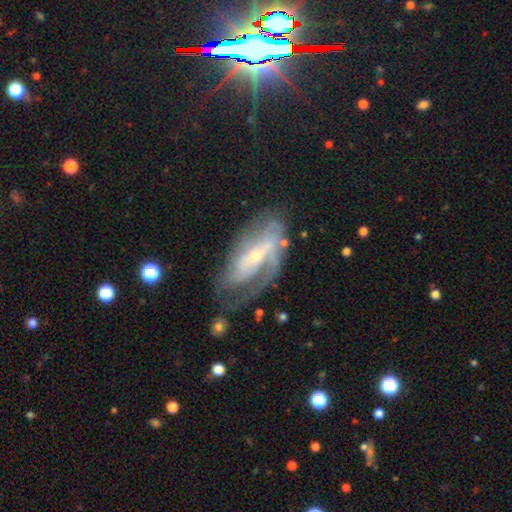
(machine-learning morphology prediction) smooth_or_featured: featured or disk (p=0.83) [alt: smooth p=0.11]
disk_edge_on: no (p=0.93) [alt: yes p=0.07]
bar: no (p=0.38) [alt: weak p=0.34]
has_spiral_arms: yes (p=0.92) [alt: no p=0.08]
spiral_winding: tight (p=0.41) [alt: medium p=0.40]
spiral_arm_count: 2 (p=0.43) [alt: can't tell p=0.25]
bulge_size: small (p=0.70) [alt: moderate p=0.25]
merging: none (p=0.56) [alt: minor disturbance p=0.22]